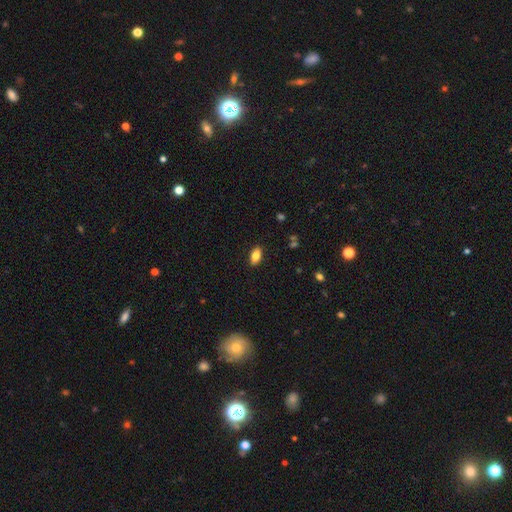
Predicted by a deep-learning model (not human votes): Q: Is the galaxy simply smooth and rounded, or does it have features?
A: smooth — 82%.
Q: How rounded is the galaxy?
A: in between — 90%.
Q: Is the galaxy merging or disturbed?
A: none — 89%.